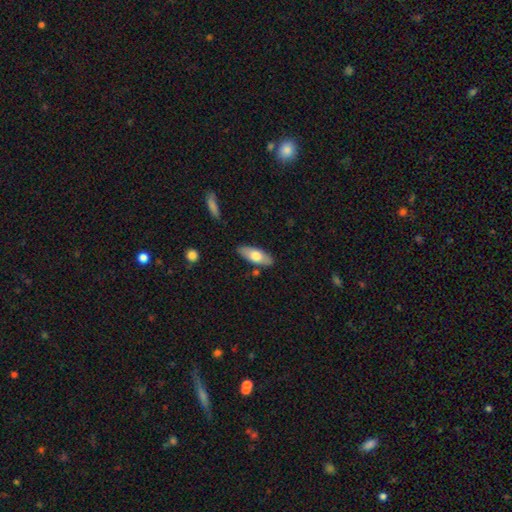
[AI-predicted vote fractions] The model was most divided on "smooth or featured": smooth: 66%, featured or disk: 29%, star or artifact: 6%. More confident: merging — none (84%); how rounded — in between (78%).